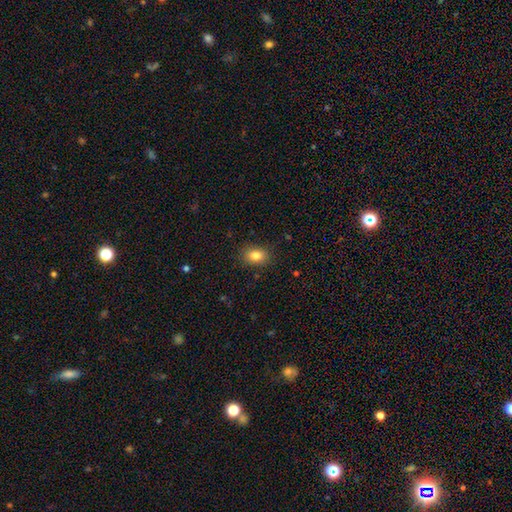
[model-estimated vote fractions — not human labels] A smooth galaxy with no disk features (83%) that is in between round and cigar-shaped (75%).

Vote fractions:
- Smooth or featured? smooth: 83% / star or artifact: 10% / featured or disk: 7%
- How rounded? in between: 75% / round: 23% / cigar-shaped: 1%
- Merging? none: 86% / minor disturbance: 10% / major disturbance: 3% / merger: 1%